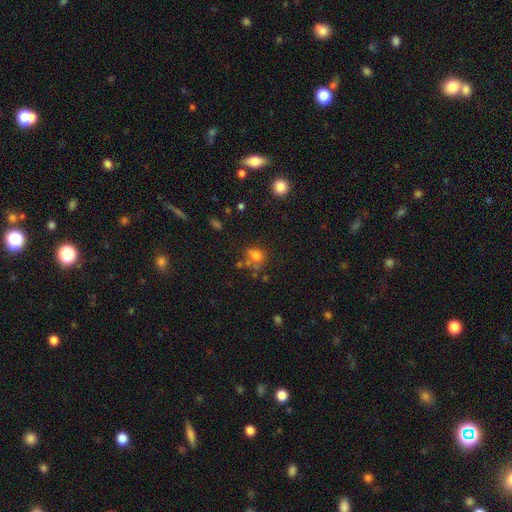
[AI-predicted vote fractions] The model was most divided on "merging": none: 52%, minor disturbance: 19%, merger: 19%, major disturbance: 10%. More confident: smooth or featured — smooth (73%); how rounded — round (68%).